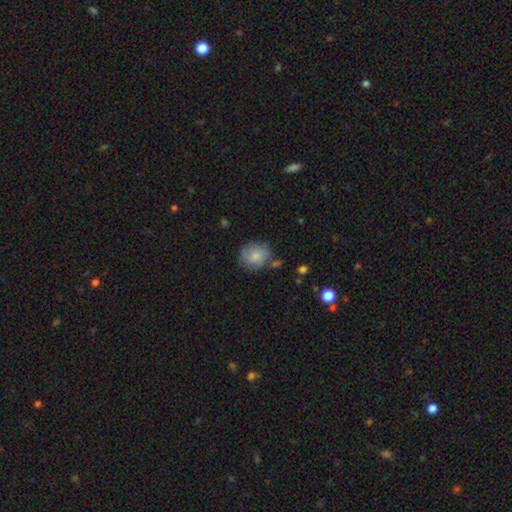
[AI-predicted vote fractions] smooth_or_featured: smooth (p=0.74) [alt: featured or disk p=0.19]
how_rounded: round (p=0.66) [alt: in between p=0.33]
merging: none (p=0.63) [alt: minor disturbance p=0.23]